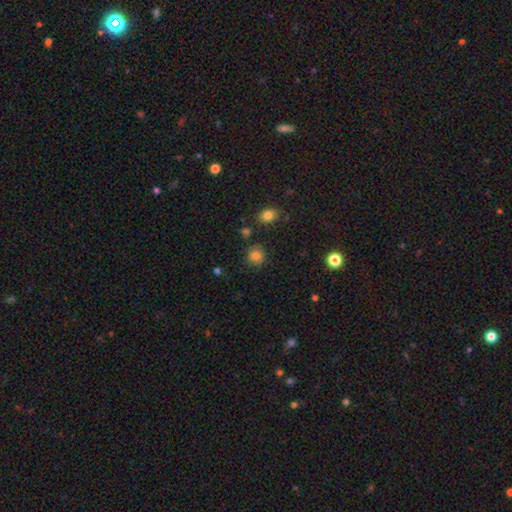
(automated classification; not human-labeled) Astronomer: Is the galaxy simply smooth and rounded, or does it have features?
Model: smooth — 81%.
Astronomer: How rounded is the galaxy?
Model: round — 85%.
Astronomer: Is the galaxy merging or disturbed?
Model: none — 81%.